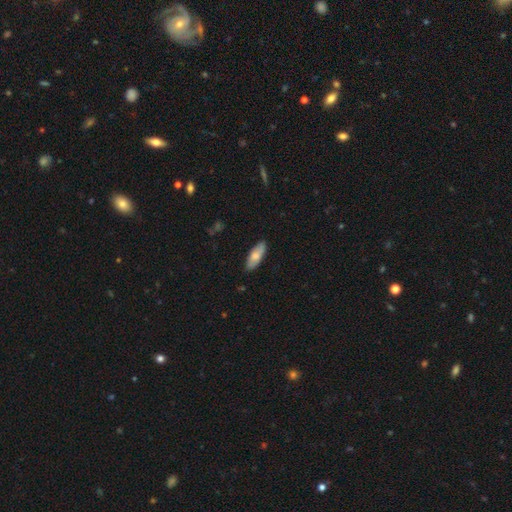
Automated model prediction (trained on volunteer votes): Q: Smooth or featured?
A: smooth (70%); runner-up: featured or disk (25%)
Q: How rounded?
A: in between (68%); runner-up: cigar-shaped (30%)
Q: Merging?
A: none (86%); runner-up: minor disturbance (11%)